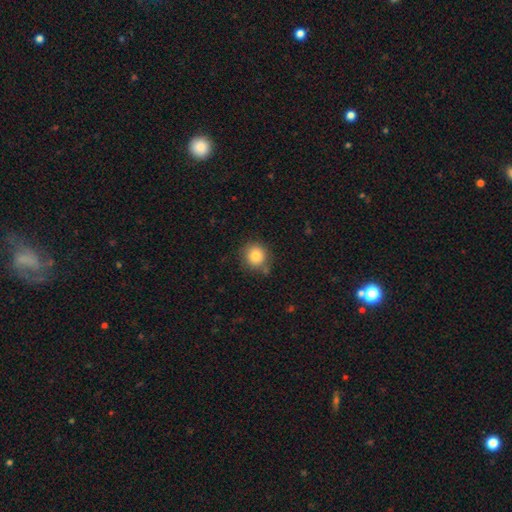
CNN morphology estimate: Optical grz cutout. It shows a smooth galaxy with no disk features (83%) that is round (91%). Merging: none (77%).